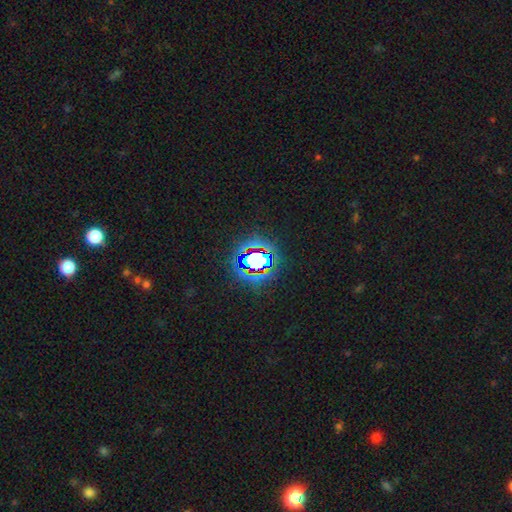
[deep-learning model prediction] Overall: star or artifact (69%).